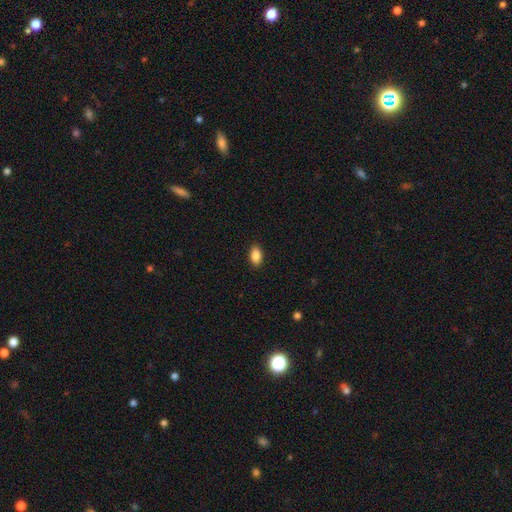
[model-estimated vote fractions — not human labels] This is clearly a smooth galaxy (88%). How rounded: clearly in between (91%). Merging: clearly none (90%).